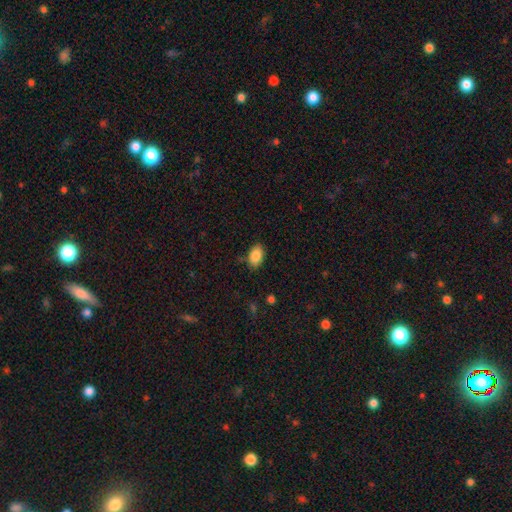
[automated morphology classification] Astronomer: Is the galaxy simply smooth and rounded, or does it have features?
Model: smooth — 87%.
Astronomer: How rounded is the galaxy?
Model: in between — 90%.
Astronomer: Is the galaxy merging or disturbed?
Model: none — 84%.